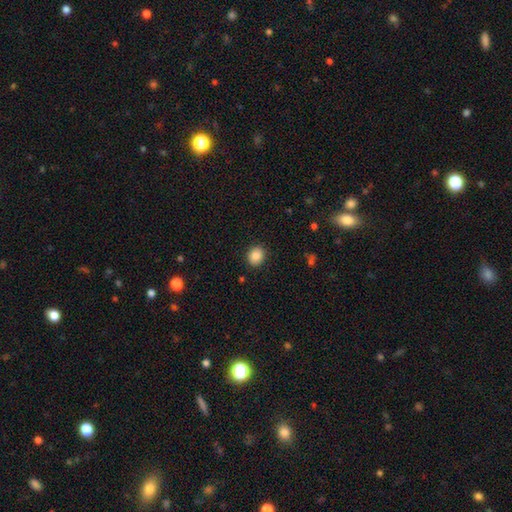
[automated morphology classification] smooth 85%, star or artifact 9%, featured or disk 6%. Down the decision tree: how rounded — round (71%); merging — none (90%).